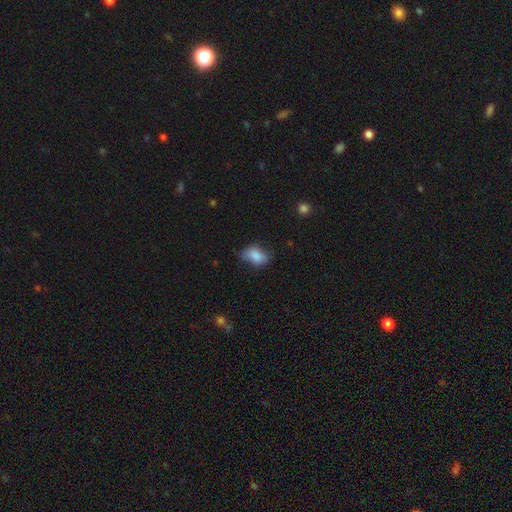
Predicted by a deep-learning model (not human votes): A smooth galaxy with no disk features (82%) that is in between round and cigar-shaped (82%). Merging: none (56%).